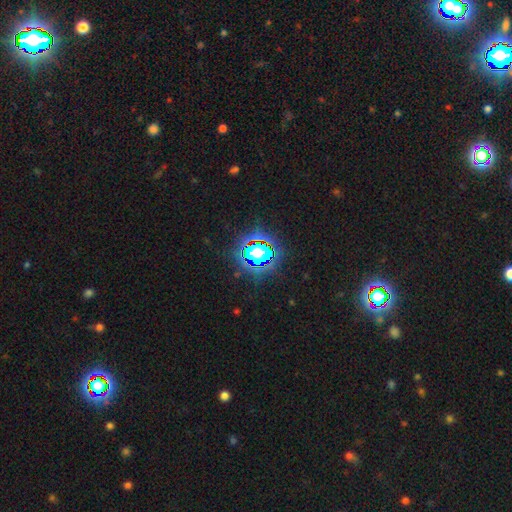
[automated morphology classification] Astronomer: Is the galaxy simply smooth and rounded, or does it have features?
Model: star or artifact — 67%.